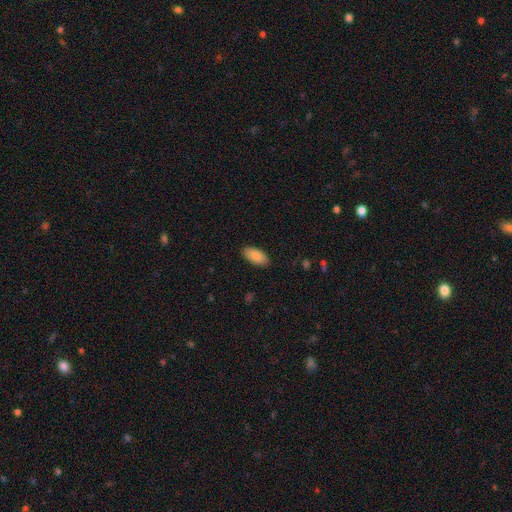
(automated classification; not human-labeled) Morphology: type=smooth (89%); roundness=in between (94%); merging=none (89%).